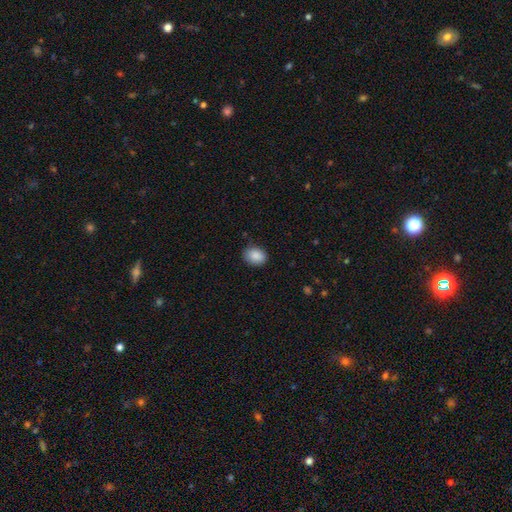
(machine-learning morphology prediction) smooth 89%, star or artifact 8%, featured or disk 3%. Down the decision tree: how rounded — in between (58%); merging — none (83%).